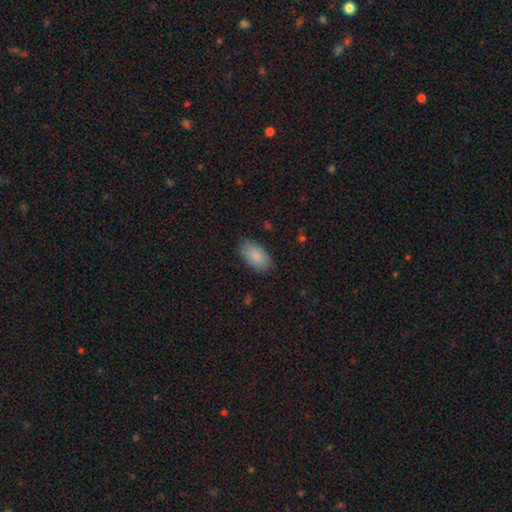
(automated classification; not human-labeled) Smooth or featured: smooth — 87% (featured or disk — 7%)
How rounded: in between — 94% (round — 3%)
Merging: none — 81% (minor disturbance — 15%)